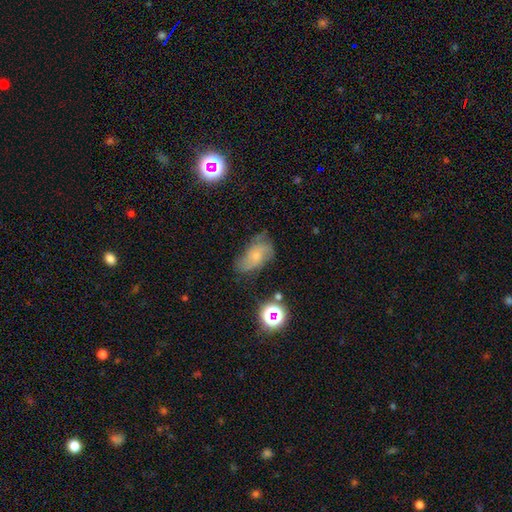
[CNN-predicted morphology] featured or disk 51%, smooth 36%, star or artifact 14%. Down the decision tree: edge-on disk — no (95%); merging — none (52%).